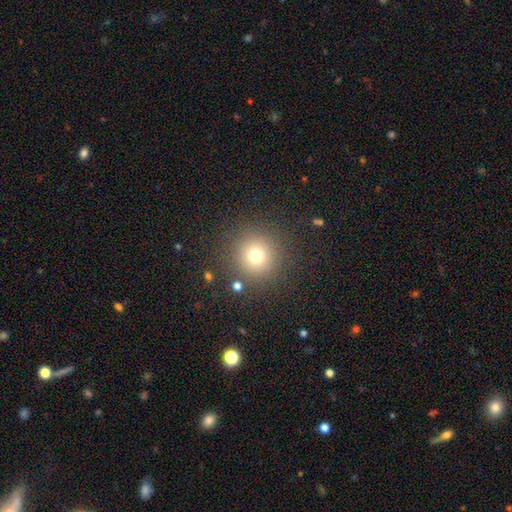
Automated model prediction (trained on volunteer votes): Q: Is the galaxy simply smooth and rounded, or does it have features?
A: smooth — 73%.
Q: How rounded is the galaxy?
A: round — 95%.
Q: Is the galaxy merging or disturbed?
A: none — 87%.